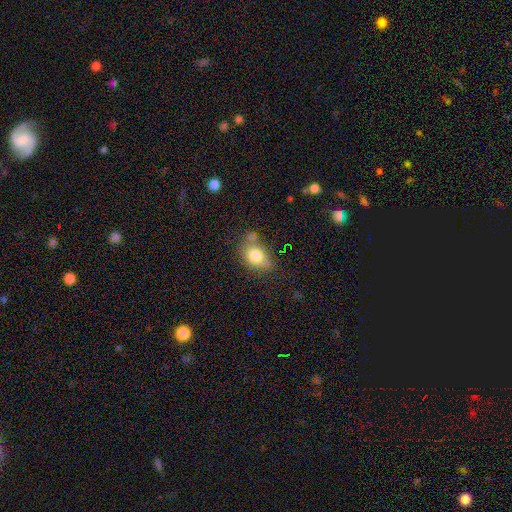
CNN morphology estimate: Smooth or featured? smooth (79%)
How rounded? in between (71%)
Merging? none (58%)